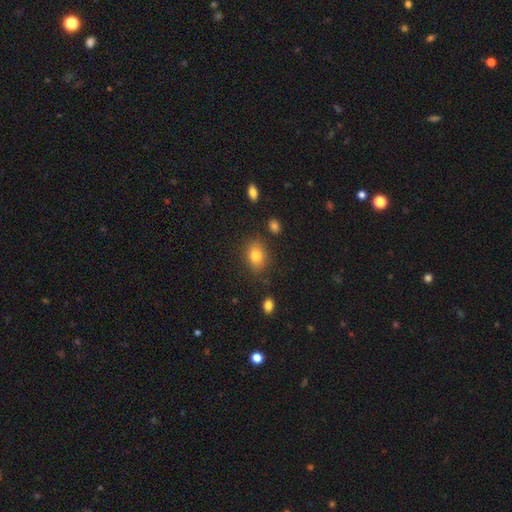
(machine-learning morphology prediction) Smooth or featured? smooth (81%)
How rounded? in between (71%)
Merging? none (79%)